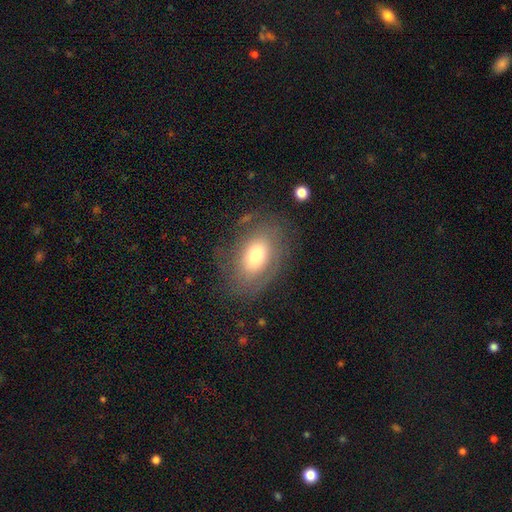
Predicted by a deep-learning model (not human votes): The model was most divided on "smooth or featured": smooth: 61%, featured or disk: 30%, star or artifact: 9%. More confident: how rounded — in between (88%); merging — none (69%).